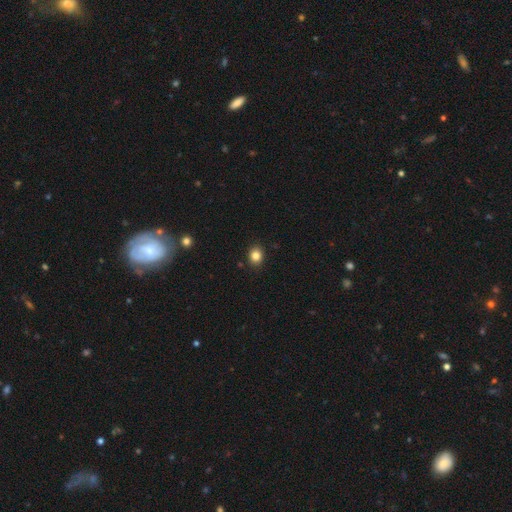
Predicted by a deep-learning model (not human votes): smooth 84%, star or artifact 11%, featured or disk 5%. Down the decision tree: how rounded — round (62%); merging — none (90%).